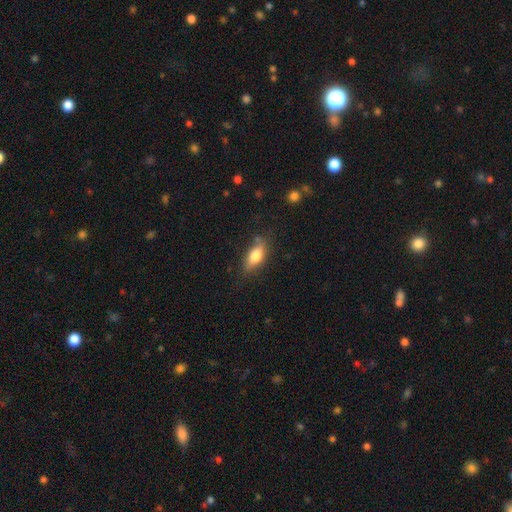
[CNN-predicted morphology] The model was most divided on "merging": none: 71%, minor disturbance: 21%, major disturbance: 5%, merger: 3%. More confident: how rounded — in between (76%); smooth or featured — smooth (73%).